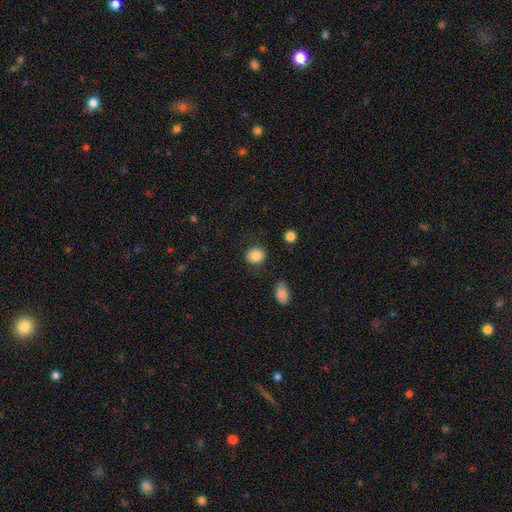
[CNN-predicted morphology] smooth 85%, star or artifact 9%, featured or disk 6%. Down the decision tree: how rounded — round (79%); merging — none (86%).